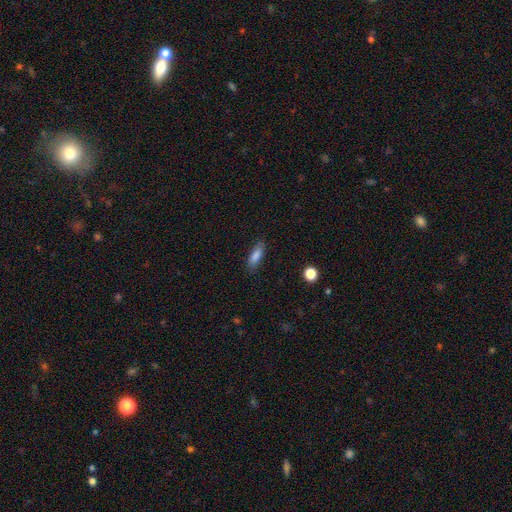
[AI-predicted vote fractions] smooth 83%, featured or disk 9%, star or artifact 8%. Down the decision tree: how rounded — in between (58%); merging — none (83%).